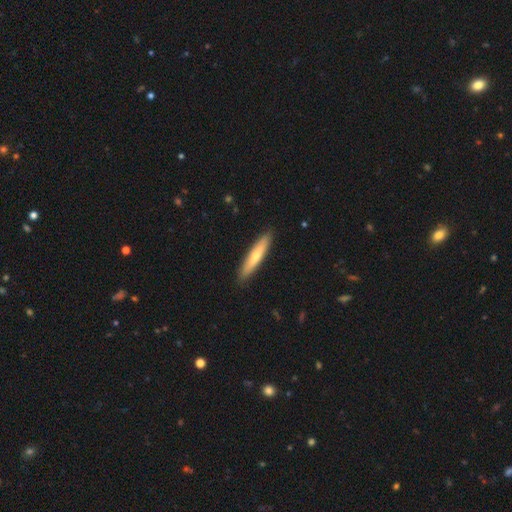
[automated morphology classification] Smooth or featured? Predicted: smooth (p=0.58). How rounded? Predicted: cigar-shaped (p=0.88). Merging? Predicted: none (p=0.90).